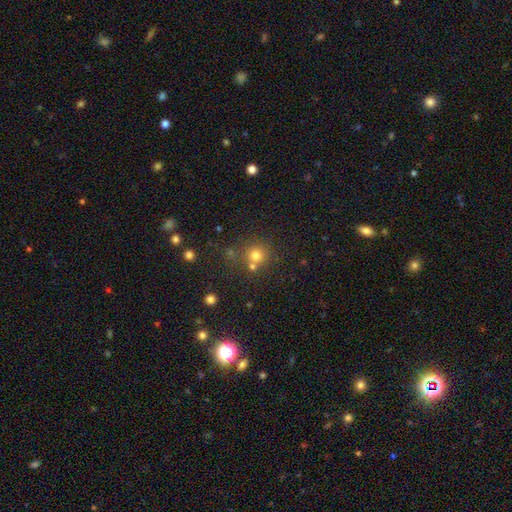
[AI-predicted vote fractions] smooth 74%, star or artifact 17%, featured or disk 9%. Down the decision tree: how rounded — round (91%); merging — none (65%).